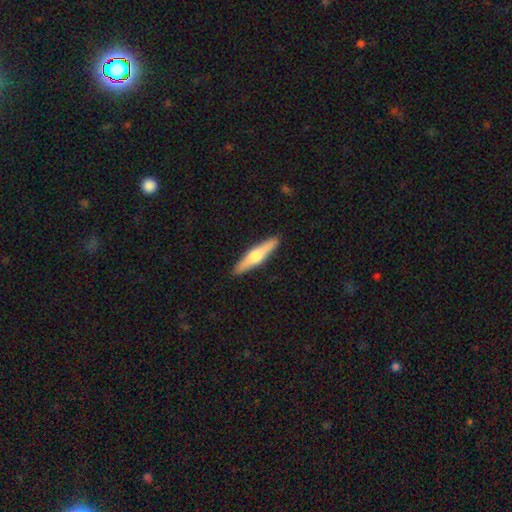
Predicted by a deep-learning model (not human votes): Smooth or featured?
  - featured or disk: 52% *
  - smooth: 43%
  - star or artifact: 5%
Edge-on disk?
  - yes: 95% *
  - no: 5%
Merging?
  - none: 91% *
  - minor disturbance: 6%
  - major disturbance: 1%
  - merger: 1%